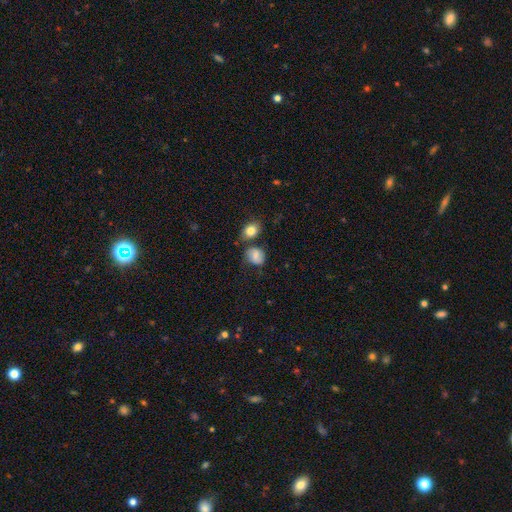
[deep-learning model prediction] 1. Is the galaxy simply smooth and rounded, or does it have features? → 74% smooth, 17% featured or disk, 9% star or artifact.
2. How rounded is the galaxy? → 56% round, 43% in between, 1% cigar-shaped.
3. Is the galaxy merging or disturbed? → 60% none, 22% minor disturbance, 12% merger, 7% major disturbance.